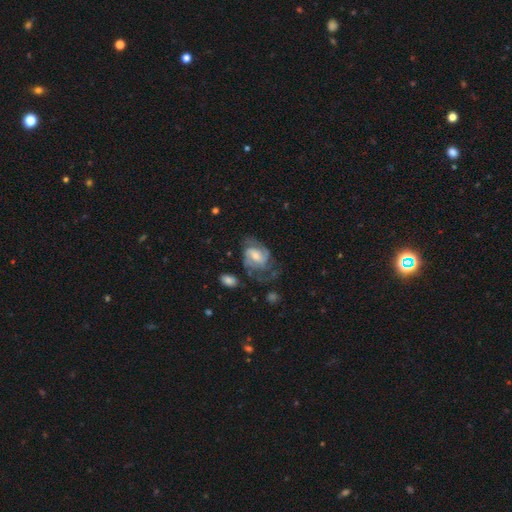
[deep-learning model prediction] The model was most divided on "bulge size": moderate: 45%, small: 32%, large: 14%, none: 7%, dominant: 2%. Remaining: edge-on disk — no (97%); spiral arms — yes (89%); smooth or featured — featured or disk (75%); spiral arm count — 2 (67%); bar — weak (51%); spiral winding — medium (49%); merging — none (46%).